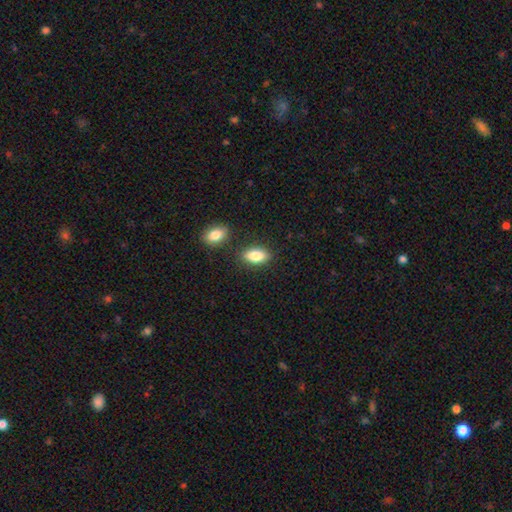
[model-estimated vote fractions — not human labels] Smooth or featured? smooth (82%)
How rounded? in between (88%)
Merging? none (81%)